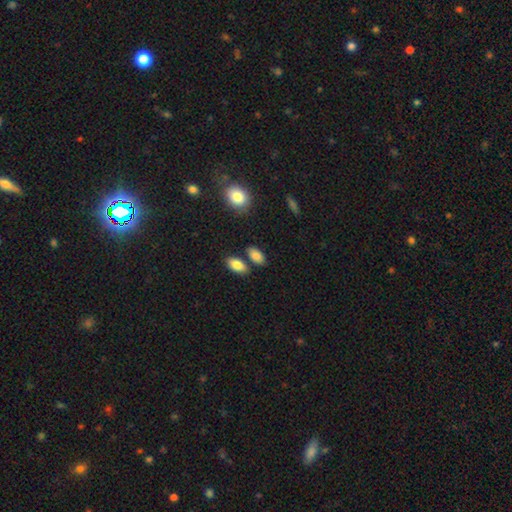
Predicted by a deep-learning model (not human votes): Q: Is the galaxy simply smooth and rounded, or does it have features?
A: smooth — 85%.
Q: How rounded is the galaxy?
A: in between — 91%.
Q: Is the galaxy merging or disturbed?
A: none — 72%.